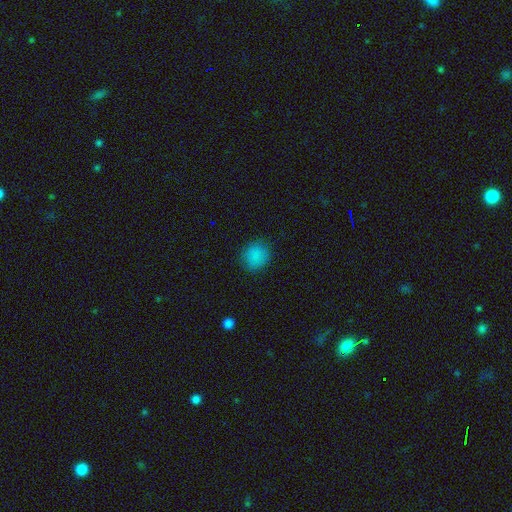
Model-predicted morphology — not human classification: A smooth galaxy with no disk features (85%) that is round (76%).

Vote fractions:
- Smooth or featured? smooth: 85% / star or artifact: 11% / featured or disk: 4%
- How rounded? round: 76% / in between: 23% / cigar-shaped: 1%
- Merging? none: 85% / minor disturbance: 11% / major disturbance: 3% / merger: 1%